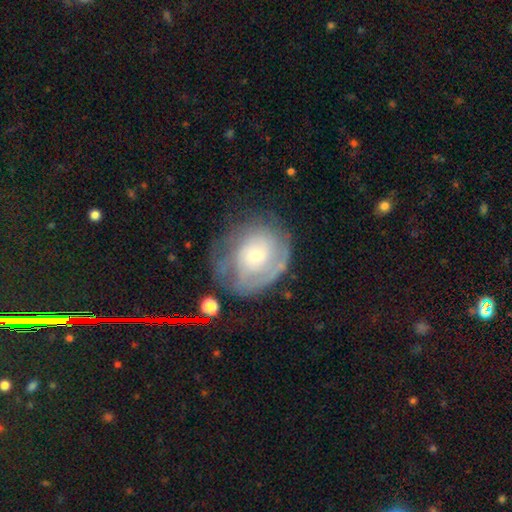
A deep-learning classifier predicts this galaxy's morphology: Smooth or featured? Predicted: featured or disk (p=0.69). Edge-on disk? Predicted: no (p=0.97). Bar? Predicted: no (p=0.76). Spiral arms? Predicted: yes (p=0.80). Spiral winding? Predicted: tight (p=0.62). Spiral arm count? Predicted: can't tell (p=0.49). Bulge size? Predicted: small (p=0.62). Merging? Predicted: none (p=0.56).